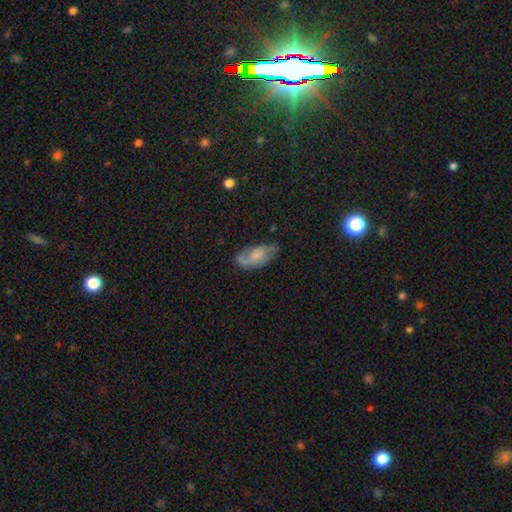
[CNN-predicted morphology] Smooth or featured? featured or disk (60%)
Edge-on disk? no (94%)
Bar? no (63%)
Spiral arms? yes (88%)
Bulge size? moderate (37%)
Merging? none (68%)